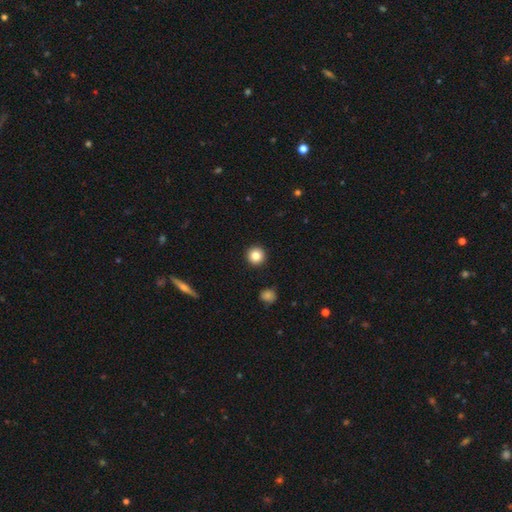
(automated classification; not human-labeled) smooth_or_featured: smooth (p=0.84) [alt: star or artifact p=0.10]
how_rounded: round (p=0.95) [alt: in between p=0.04]
merging: none (p=0.93) [alt: minor disturbance p=0.04]